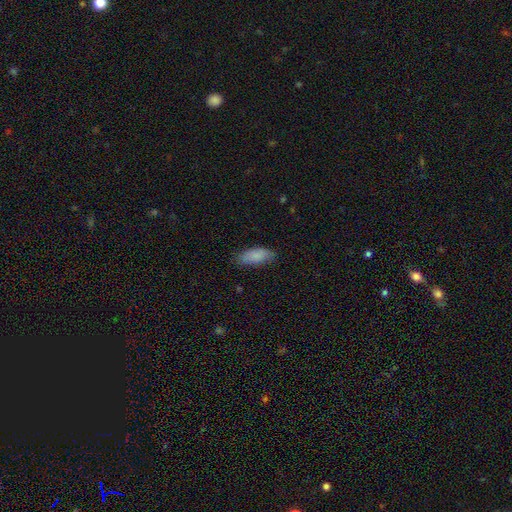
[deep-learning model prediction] Morphology: type=smooth (87%); roundness=in between (82%); merging=none (80%).